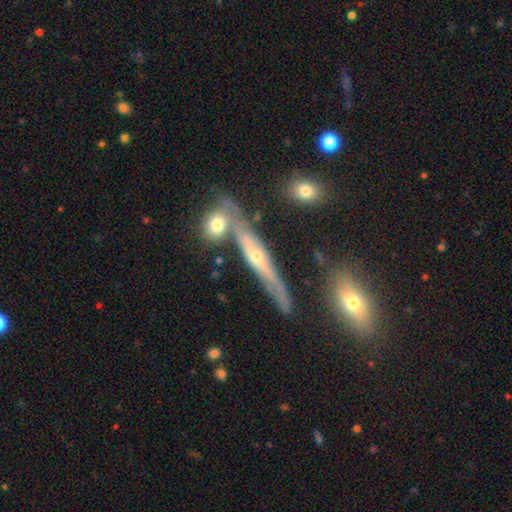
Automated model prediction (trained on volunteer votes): Smooth or featured: featured or disk — 65% (smooth — 21%)
Edge-on disk: yes — 81% (no — 19%)
Edge-on bulge: rounded — 79% (none — 16%)
Merging: none — 67% (merger — 15%)